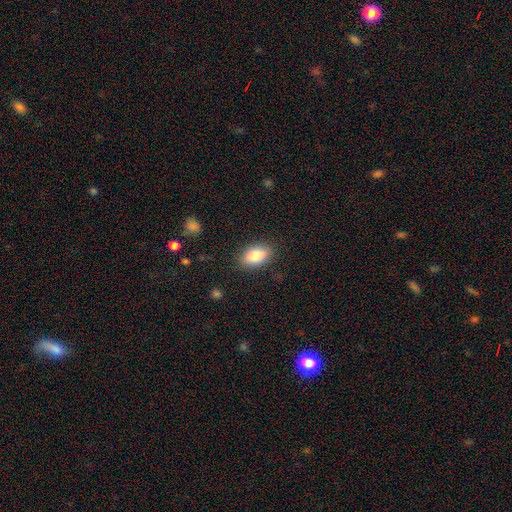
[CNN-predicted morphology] Smooth or featured: smooth — 84% (featured or disk — 9%)
How rounded: in between — 91% (round — 6%)
Merging: none — 86% (minor disturbance — 10%)